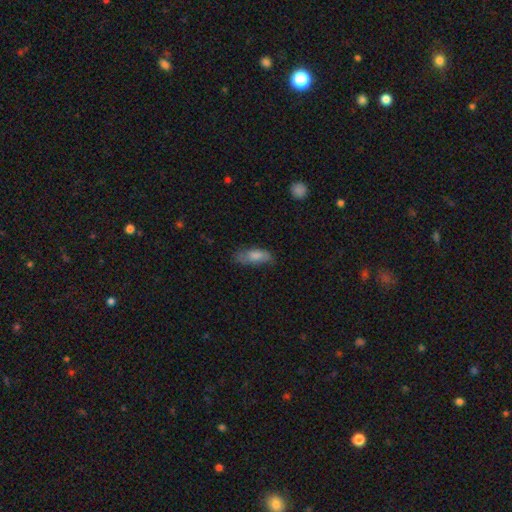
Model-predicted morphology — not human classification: This is likely a smooth galaxy (73%). How rounded: likely in between (76%). Merging: likely none (61%).